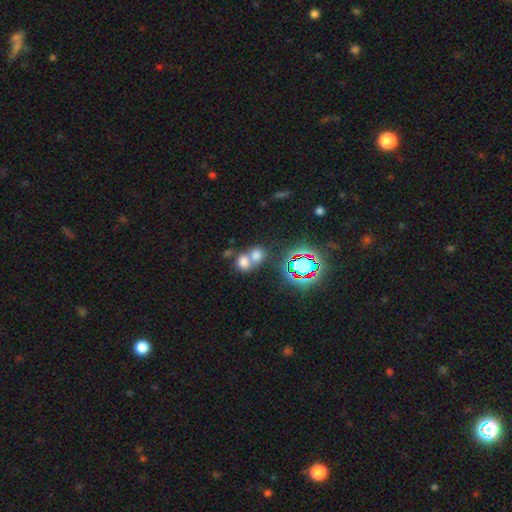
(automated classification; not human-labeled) This appears to be a smooth galaxy with no disk features (67%) that is round (66%). Merging: merger (59%).